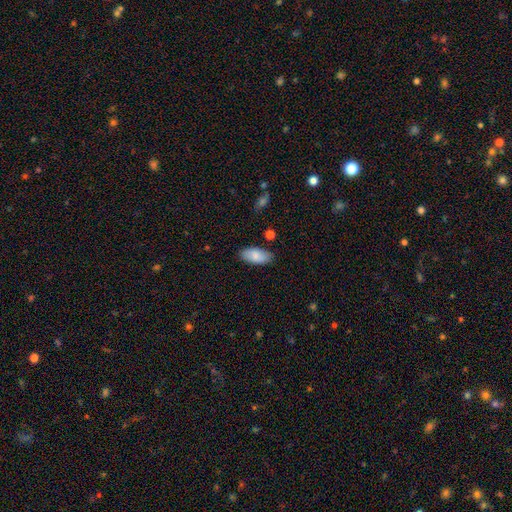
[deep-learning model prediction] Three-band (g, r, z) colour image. It shows a smooth galaxy with no disk features (84%) that is in between round and cigar-shaped (91%). Merging: none (84%).